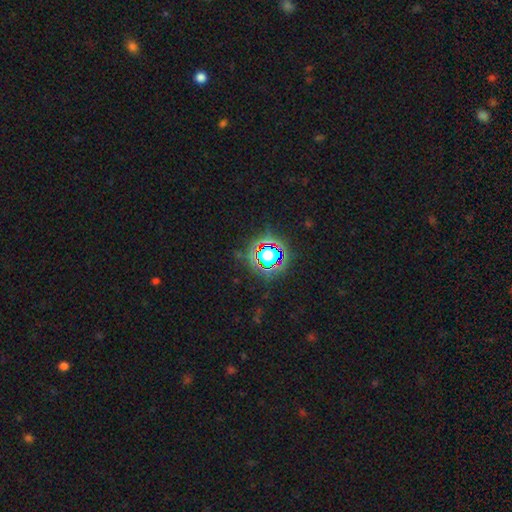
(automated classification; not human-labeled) smooth_or_featured: star or artifact (p=0.78) [alt: smooth p=0.14]